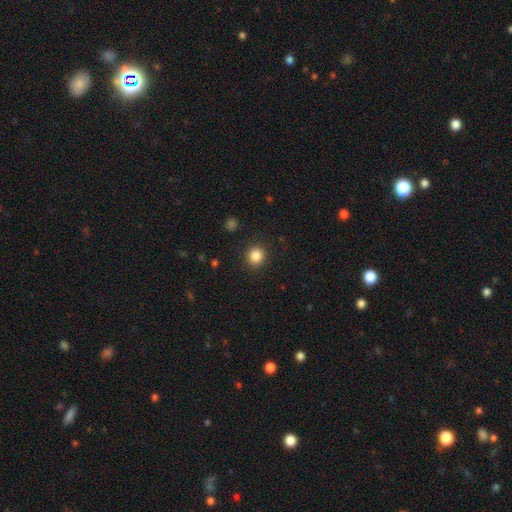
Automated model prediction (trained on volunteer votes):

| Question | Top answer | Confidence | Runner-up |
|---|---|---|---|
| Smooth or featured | smooth | 86% | star or artifact (10%) |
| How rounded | round | 91% | in between (8%) |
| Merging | none | 91% | minor disturbance (6%) |